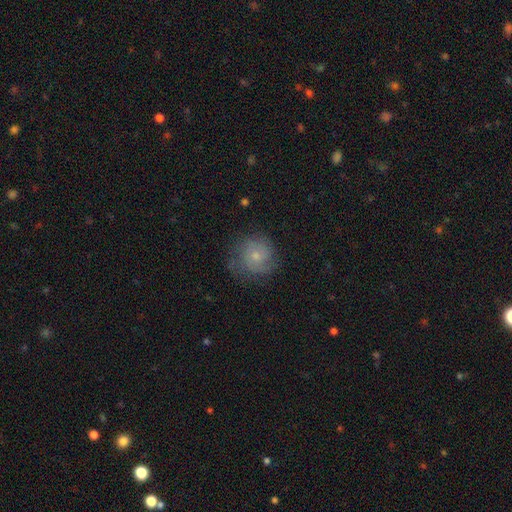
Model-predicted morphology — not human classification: This appears to be a smooth galaxy with no disk features (50%). Merging: none (68%).